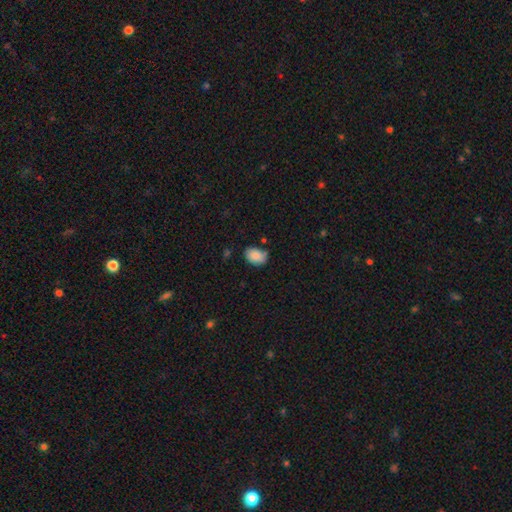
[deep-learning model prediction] Smooth or featured: smooth — 87% (star or artifact — 7%)
How rounded: in between — 82% (round — 17%)
Merging: none — 73% (minor disturbance — 20%)